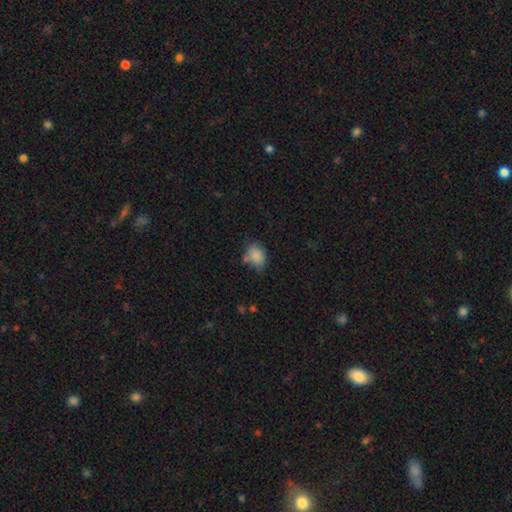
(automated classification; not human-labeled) Smooth or featured: smooth — 85% (star or artifact — 9%)
How rounded: in between — 68% (round — 30%)
Merging: none — 59% (minor disturbance — 28%)